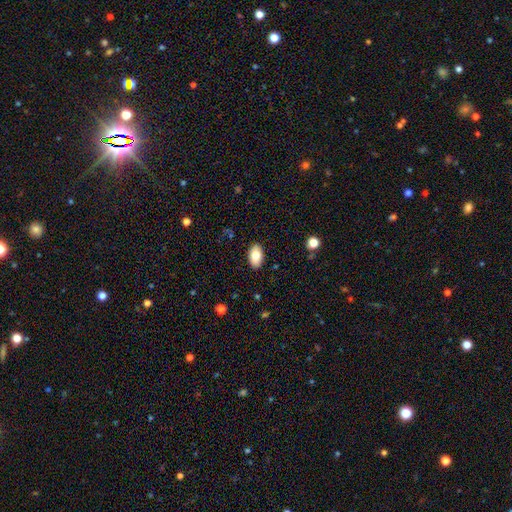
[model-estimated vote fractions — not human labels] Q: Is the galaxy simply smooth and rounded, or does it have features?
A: smooth — 81%.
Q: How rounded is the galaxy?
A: in between — 94%.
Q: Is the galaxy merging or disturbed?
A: none — 89%.